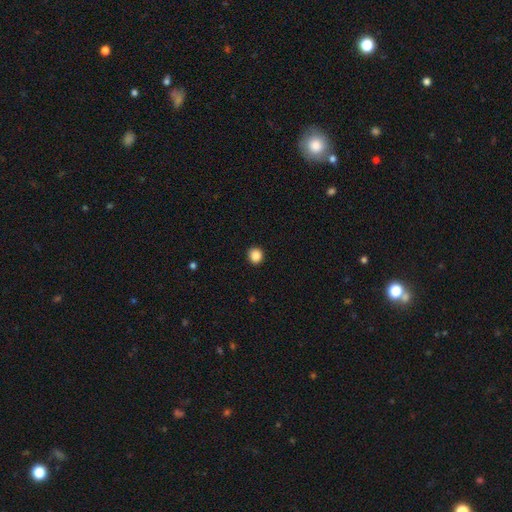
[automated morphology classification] smooth-or-featured: smooth: 87% | star or artifact: 10% | featured or disk: 3%
  how-rounded: round: 92% | in between: 7% | cigar-shaped: 1%
  merging: none: 93% | minor disturbance: 5% | major disturbance: 2% | merger: 1%